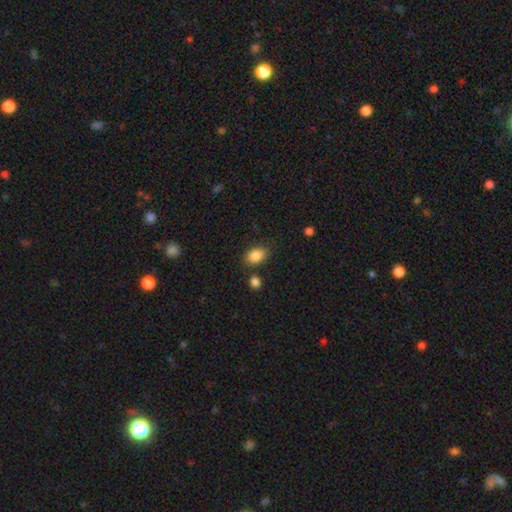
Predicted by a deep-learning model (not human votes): A smooth galaxy with no disk features (87%) that is in between round and cigar-shaped (79%).

Vote fractions:
- Smooth or featured? smooth: 87% / star or artifact: 8% / featured or disk: 5%
- How rounded? in between: 79% / round: 19% / cigar-shaped: 1%
- Merging? none: 77% / minor disturbance: 13% / merger: 6% / major disturbance: 4%